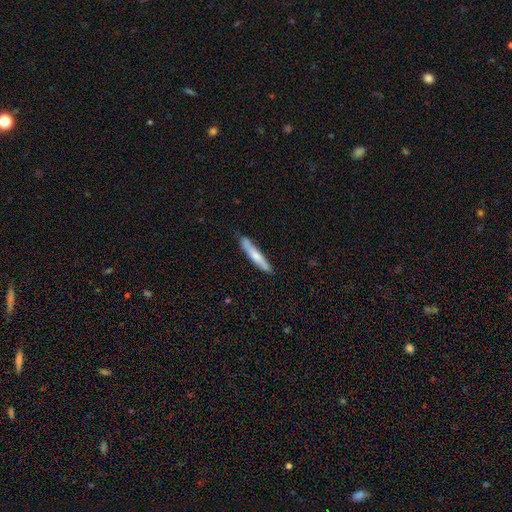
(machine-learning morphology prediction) smooth-or-featured: smooth: 65% | featured or disk: 30% | star or artifact: 5%
  how-rounded: cigar-shaped: 93% | in between: 6% | round: 1%
  merging: none: 82% | minor disturbance: 14% | major disturbance: 2% | merger: 2%